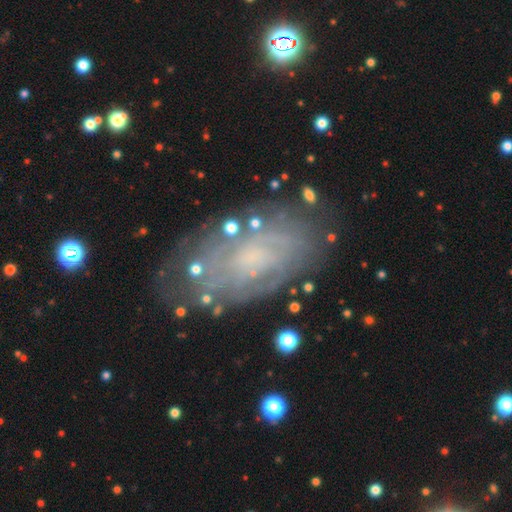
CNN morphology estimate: type=featured or disk (70%); edge-on=no (94%); bar=no (77%); spiral arms=yes (76%); bulge=none (41%); merging=none (74%).